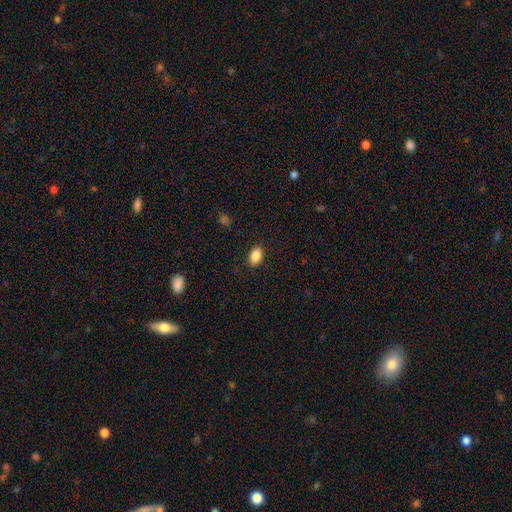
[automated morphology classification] Smooth or featured? smooth (87%)
How rounded? in between (90%)
Merging? none (88%)